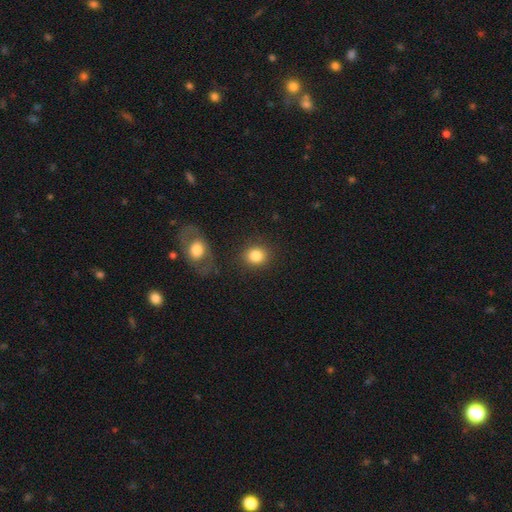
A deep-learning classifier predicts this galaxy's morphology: This is clearly a smooth galaxy (84%). How rounded: likely round (77%). Merging: clearly none (85%).